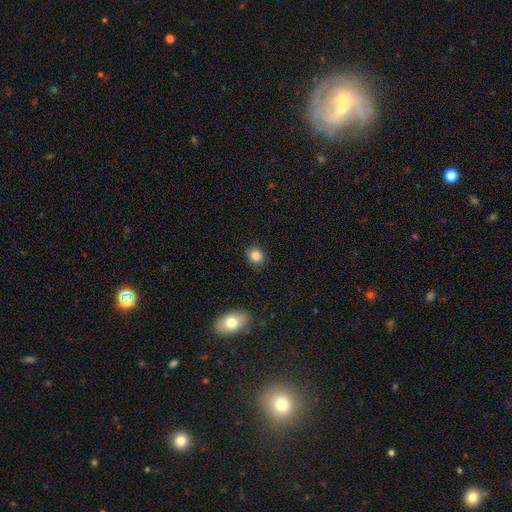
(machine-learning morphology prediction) type=smooth (84%); roundness=round (66%); merging=none (89%).